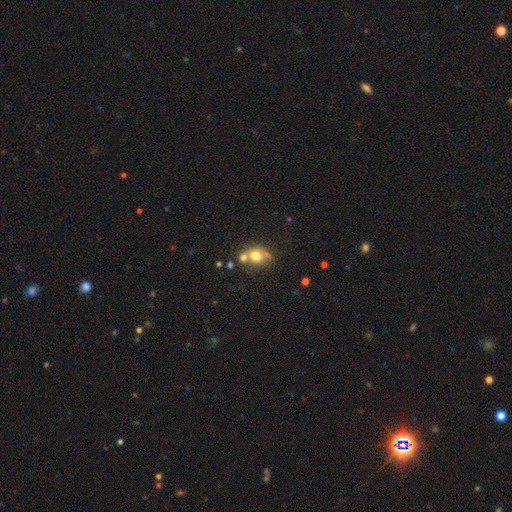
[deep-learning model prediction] Smooth or featured: smooth — 69% (featured or disk — 19%)
How rounded: round — 54% (in between — 45%)
Merging: none — 38% (tied with merger — 38%)